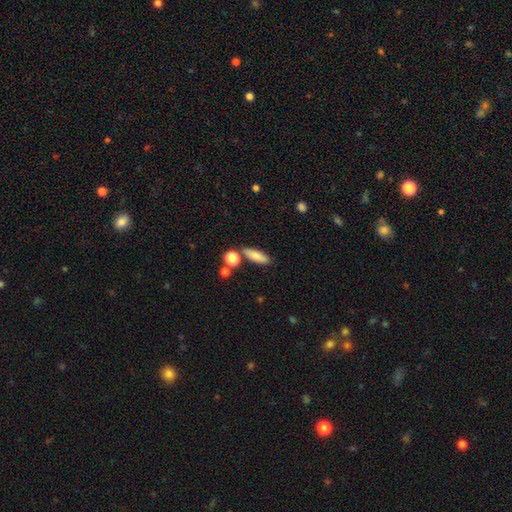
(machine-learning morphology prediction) smooth_or_featured: smooth (p=0.82) [alt: featured or disk p=0.10]
how_rounded: in between (p=0.59) [alt: cigar-shaped p=0.37]
merging: none (p=0.77) [alt: minor disturbance p=0.11]